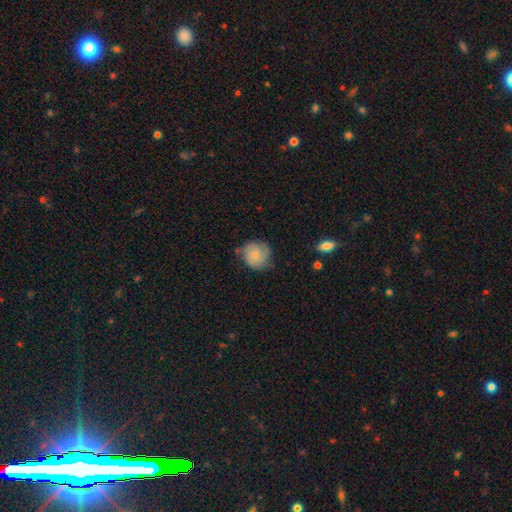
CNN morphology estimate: smooth 64%, featured or disk 29%, star or artifact 8%. Down the decision tree: how rounded — round (87%); merging — none (61%).